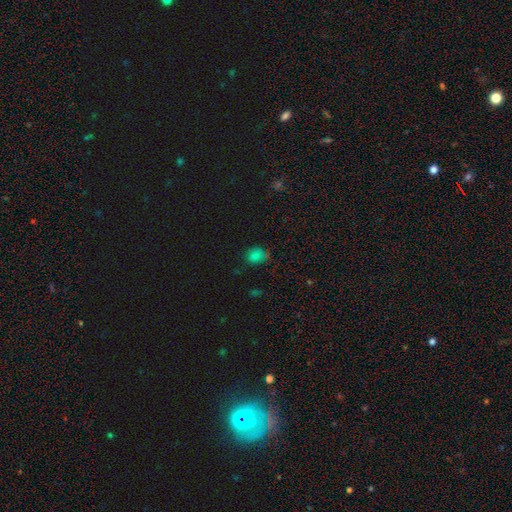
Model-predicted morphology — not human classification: This is likely a smooth galaxy (75%). How rounded: possibly in between (55%). Merging: likely none (60%).